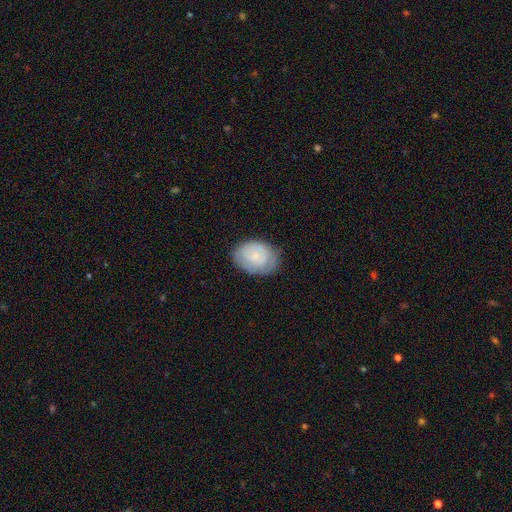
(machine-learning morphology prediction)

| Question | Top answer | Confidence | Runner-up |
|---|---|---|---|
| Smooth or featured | smooth | 62% | featured or disk (30%) |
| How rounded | in between | 72% | round (27%) |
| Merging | none | 72% | minor disturbance (21%) |